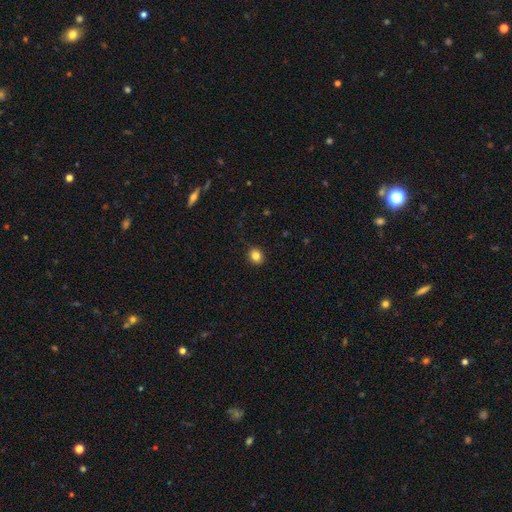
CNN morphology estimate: A smooth galaxy with no disk features (85%) that is round (70%). Merging: none (90%).